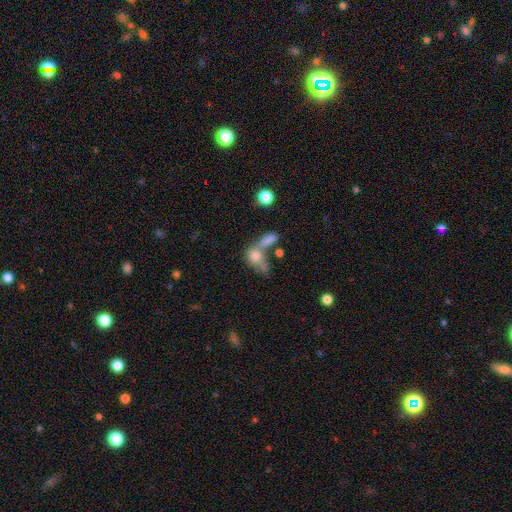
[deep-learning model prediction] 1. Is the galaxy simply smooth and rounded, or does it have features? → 69% smooth, 18% featured or disk, 12% star or artifact.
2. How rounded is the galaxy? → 51% in between, 44% round, 5% cigar-shaped.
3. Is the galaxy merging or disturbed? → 54% merger, 23% none, 14% major disturbance, 10% minor disturbance.